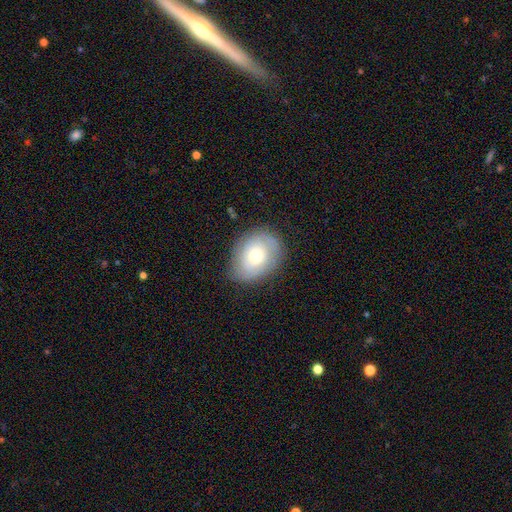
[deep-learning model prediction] smooth 54%, featured or disk 38%, star or artifact 8%. Down the decision tree: how rounded — in between (55%); merging — none (76%).